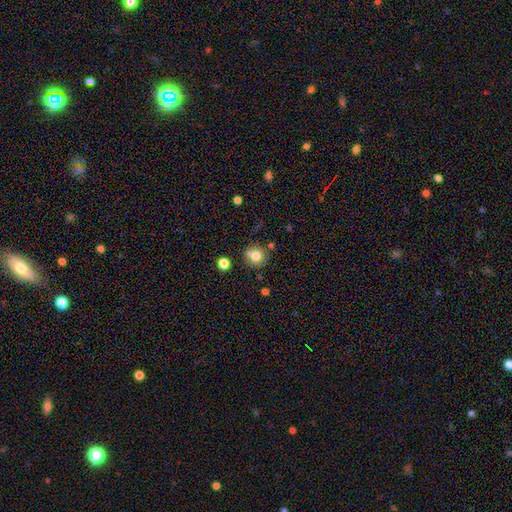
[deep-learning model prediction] Q: Smooth or featured?
A: smooth (77%); runner-up: star or artifact (12%)
Q: How rounded?
A: round (91%); runner-up: in between (8%)
Q: Merging?
A: none (73%); runner-up: merger (13%)